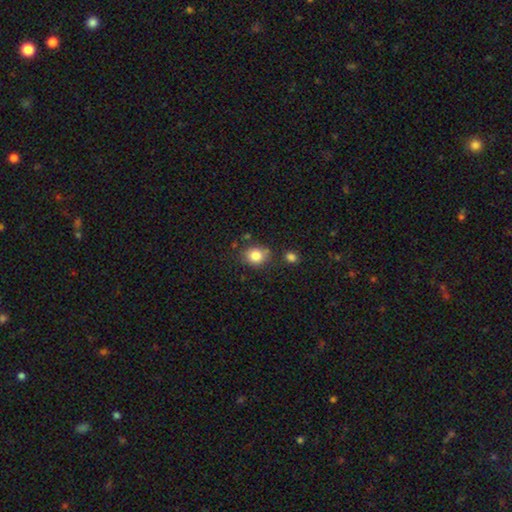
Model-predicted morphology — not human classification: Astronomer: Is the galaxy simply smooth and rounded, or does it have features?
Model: smooth — 83%.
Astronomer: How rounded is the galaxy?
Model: round — 66%.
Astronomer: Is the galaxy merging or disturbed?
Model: none — 73%.